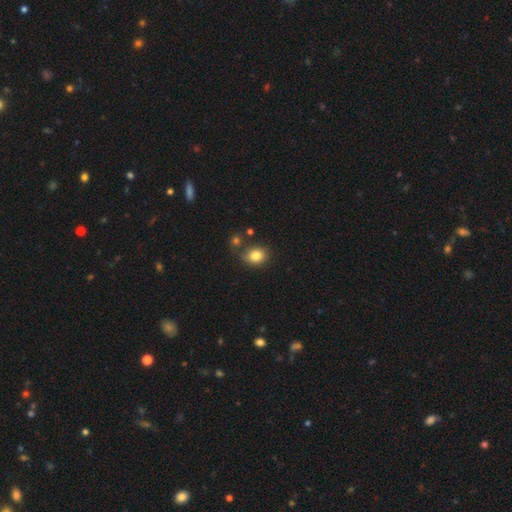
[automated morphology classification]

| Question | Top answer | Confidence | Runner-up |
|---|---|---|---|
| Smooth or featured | smooth | 83% | star or artifact (10%) |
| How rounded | round | 56% | in between (43%) |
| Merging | none | 64% | minor disturbance (18%) |